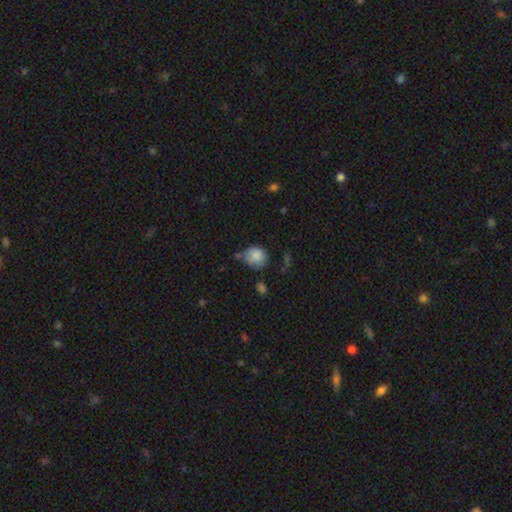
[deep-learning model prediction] Smooth or featured? smooth (84%)
How rounded? round (82%)
Merging? none (54%)